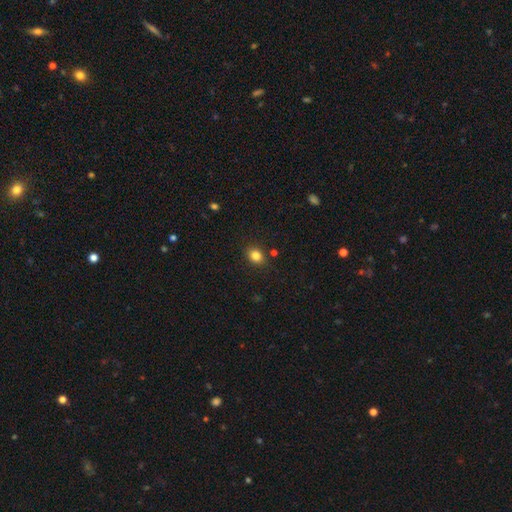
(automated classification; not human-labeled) A smooth galaxy with no disk features (83%) that is round (50%).

Vote fractions:
- Smooth or featured? smooth: 83% / star or artifact: 11% / featured or disk: 6%
- How rounded? round: 50% / in between: 49% / cigar-shaped: 1%
- Merging? none: 86% / minor disturbance: 10% / merger: 3% / major disturbance: 2%